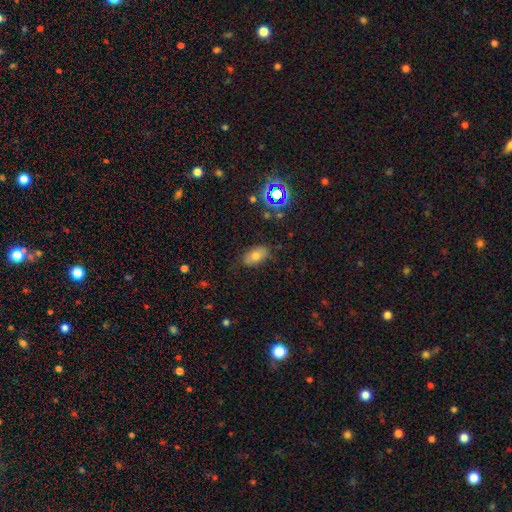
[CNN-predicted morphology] Smooth or featured?
  - smooth: 72% *
  - featured or disk: 14%
  - star or artifact: 14%
How rounded?
  - in between: 90% *
  - round: 6%
  - cigar-shaped: 4%
Merging?
  - none: 81% *
  - minor disturbance: 14%
  - major disturbance: 3%
  - merger: 2%